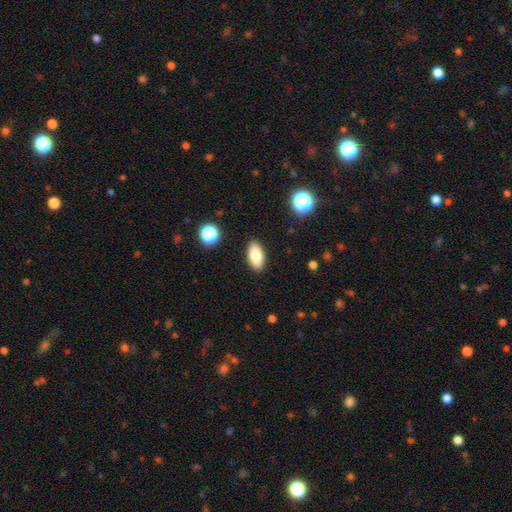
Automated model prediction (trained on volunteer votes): Overall: smooth (83%). How rounded: in between (90%). Merging: none (89%).